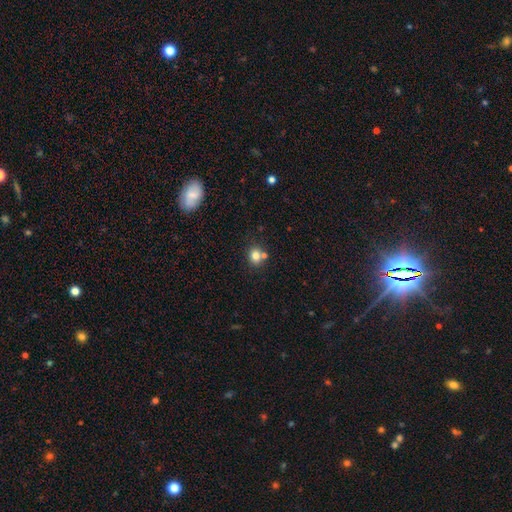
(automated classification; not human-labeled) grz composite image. It shows a smooth galaxy with no disk features (80%) that is round (74%). Merging: none (65%).